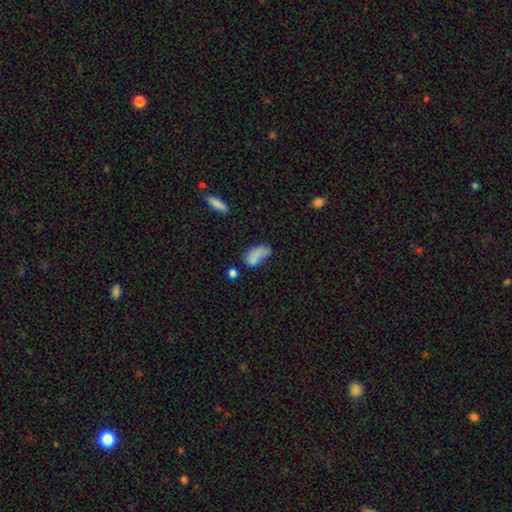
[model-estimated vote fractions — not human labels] This appears to be a smooth galaxy with no disk features (70%) that is in between round and cigar-shaped (86%). Merging: none (31%).